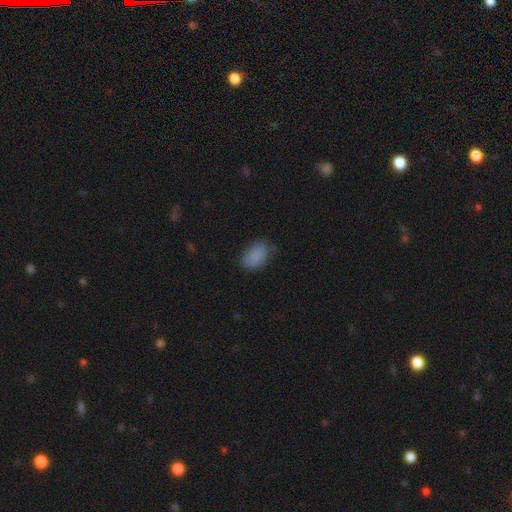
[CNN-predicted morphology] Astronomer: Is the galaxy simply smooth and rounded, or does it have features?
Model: smooth — 86%.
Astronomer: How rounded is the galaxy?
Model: in between — 88%.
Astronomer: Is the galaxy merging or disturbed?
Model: none — 70%.